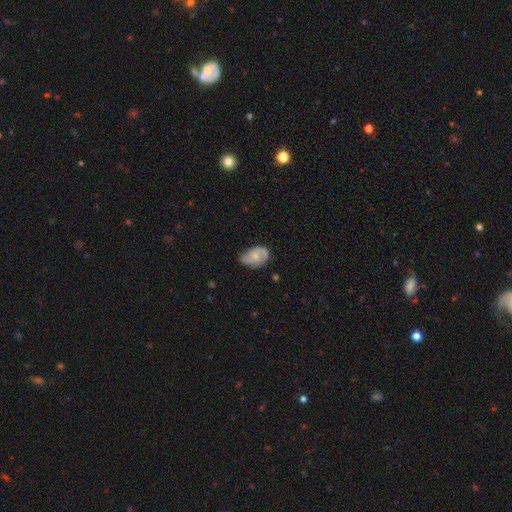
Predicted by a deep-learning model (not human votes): A featured or disk galaxy (60%) with no bar (72%), spiral arms (86%) and a small central bulge (58%).

Vote fractions:
- Smooth or featured? featured or disk: 60% / smooth: 34% / star or artifact: 7%
- Edge-on disk? no: 97% / yes: 3%
- Bar? no: 72% / weak: 24% / strong: 4%
- Spiral arms? yes: 86% / no: 14%
- Bulge size? small: 58% / moderate: 32% / none: 7% / large: 2% / dominant: 1%
- Merging? none: 54% / minor disturbance: 34% / major disturbance: 10% / merger: 2%